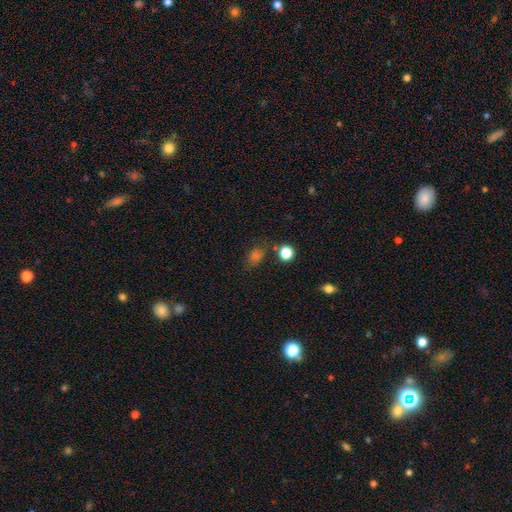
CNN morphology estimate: smooth_or_featured: smooth (p=0.60) [alt: star or artifact p=0.31]
how_rounded: in between (p=0.50) [alt: round p=0.48]
merging: none (p=0.67) [alt: minor disturbance p=0.18]